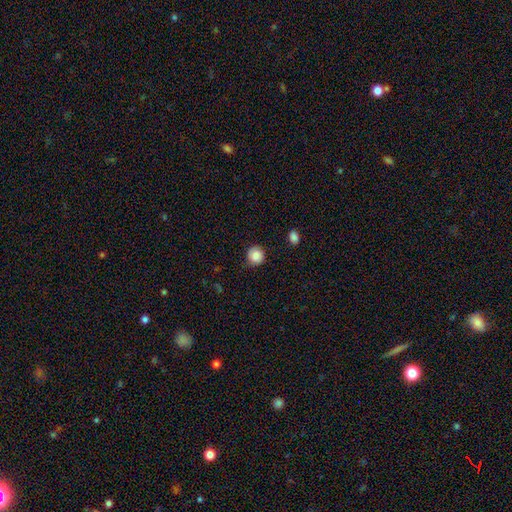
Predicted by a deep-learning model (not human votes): Smooth or featured: smooth — 86% (star or artifact — 9%)
How rounded: round — 90% (in between — 9%)
Merging: none — 83% (minor disturbance — 13%)